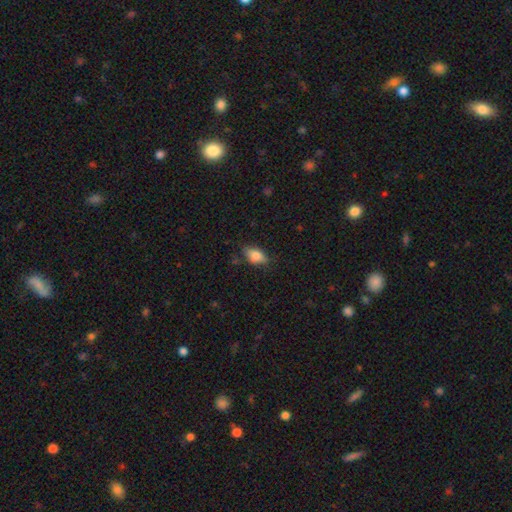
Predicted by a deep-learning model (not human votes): smooth-or-featured: smooth: 80% | featured or disk: 12% | star or artifact: 8%
  how-rounded: in between: 87% | round: 8% | cigar-shaped: 5%
  merging: none: 74% | minor disturbance: 20% | major disturbance: 4% | merger: 2%